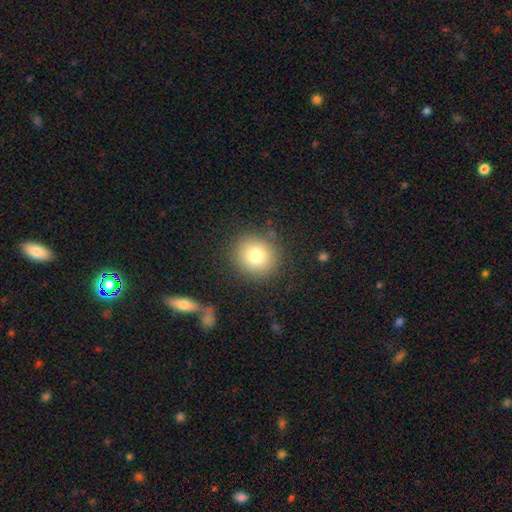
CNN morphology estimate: Smooth or featured? Predicted: smooth (p=0.78). How rounded? Predicted: round (p=0.90). Merging? Predicted: none (p=0.87).